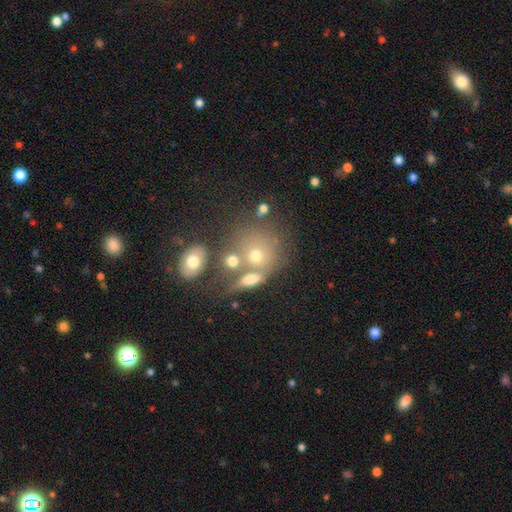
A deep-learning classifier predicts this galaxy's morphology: The model was most divided on "smooth or featured": smooth: 45%, star or artifact: 35%, featured or disk: 20%. Remaining: merging — none (49%).